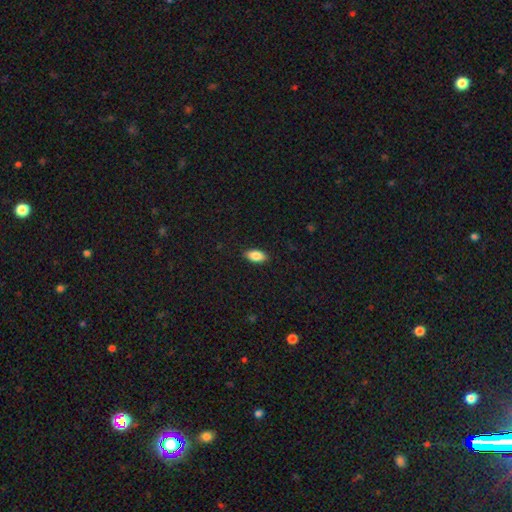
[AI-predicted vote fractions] Smooth or featured? Predicted: smooth (p=0.87). How rounded? Predicted: in between (p=0.91). Merging? Predicted: none (p=0.89).